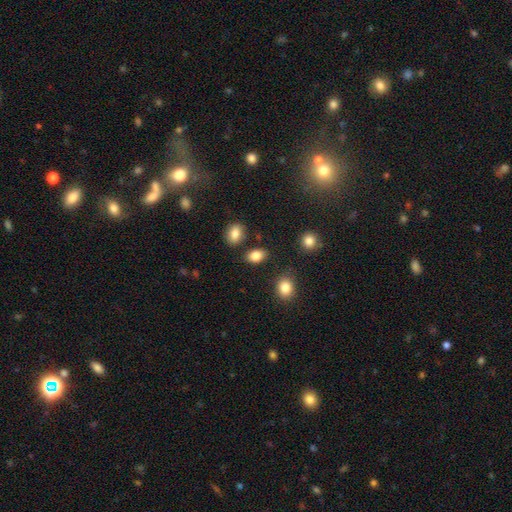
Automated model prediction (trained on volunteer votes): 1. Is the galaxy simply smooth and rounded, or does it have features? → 85% smooth, 9% star or artifact, 6% featured or disk.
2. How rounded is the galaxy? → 83% in between, 16% round, 2% cigar-shaped.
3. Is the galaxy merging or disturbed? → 82% none, 9% minor disturbance, 6% merger, 3% major disturbance.